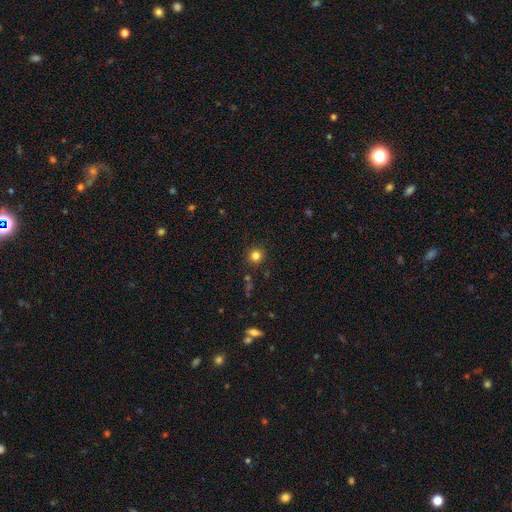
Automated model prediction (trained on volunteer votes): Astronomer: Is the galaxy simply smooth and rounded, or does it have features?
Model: smooth — 82%.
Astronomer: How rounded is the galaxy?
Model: round — 92%.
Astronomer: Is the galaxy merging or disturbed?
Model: none — 88%.